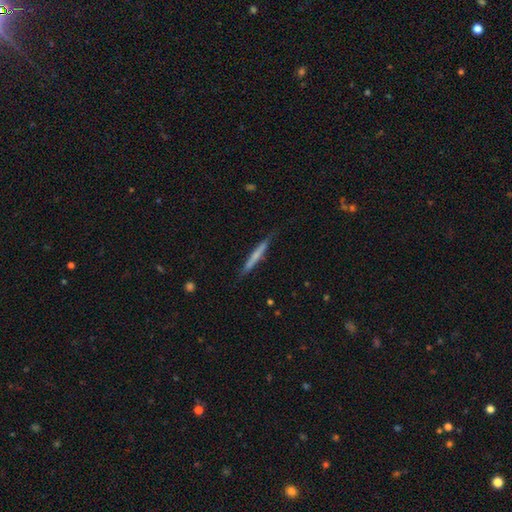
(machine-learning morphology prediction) A smooth galaxy with no disk features (51%) that is cigar-shaped (96%).

Vote fractions:
- Smooth or featured? smooth: 51% / featured or disk: 43% / star or artifact: 6%
- How rounded? cigar-shaped: 96% / in between: 3% / round: 2%
- Merging? none: 84% / minor disturbance: 12% / major disturbance: 2% / merger: 1%